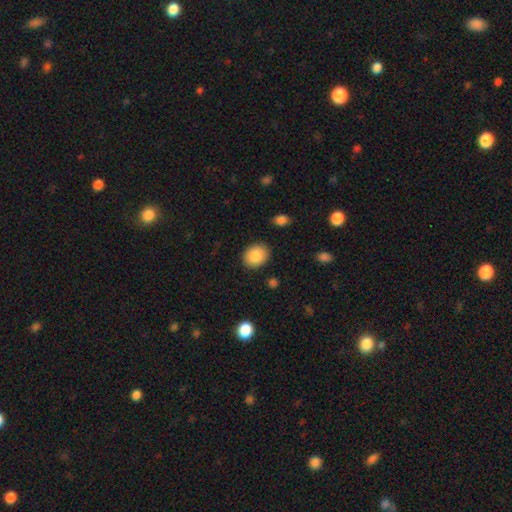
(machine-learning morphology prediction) The model was most divided on "how rounded": round: 54%, in between: 46%, cigar-shaped: 1%. More confident: merging — none (88%); smooth or featured — smooth (87%).